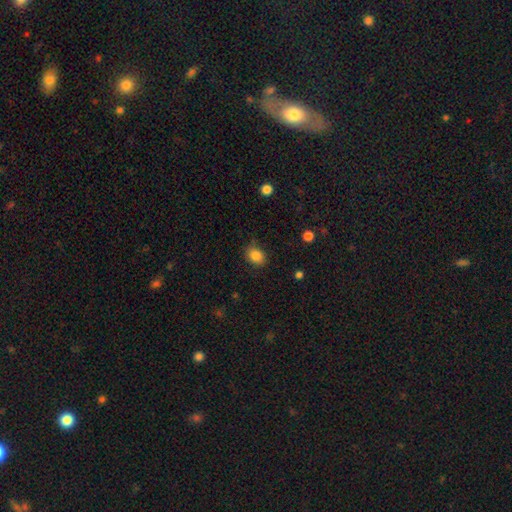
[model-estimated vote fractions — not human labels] Smooth or featured? smooth (85%)
How rounded? round (50%)
Merging? none (80%)